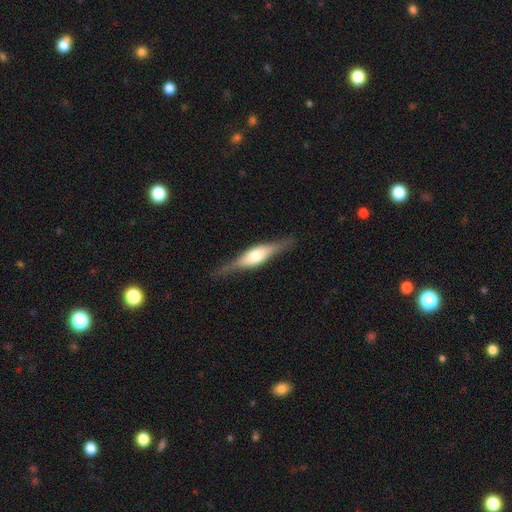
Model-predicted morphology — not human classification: This is likely a featured or disk galaxy (70%). It is clearly viewed edge-on (95%). Edge-on bulge: clearly rounded (81%). Merging: clearly none (83%).